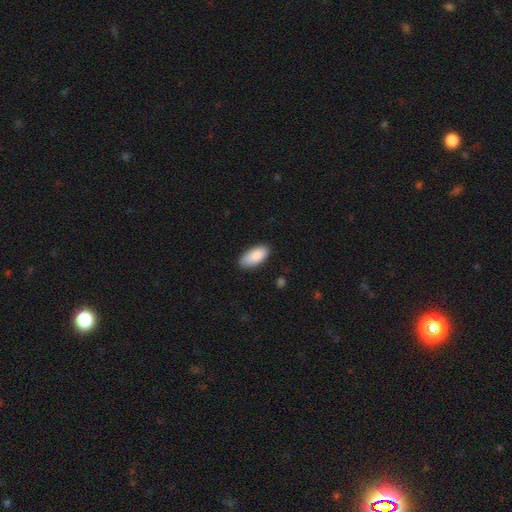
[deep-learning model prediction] The model was most divided on "merging": none: 84%, minor disturbance: 13%, major disturbance: 2%, merger: 1%. More confident: how rounded — in between (91%); smooth or featured — smooth (88%).